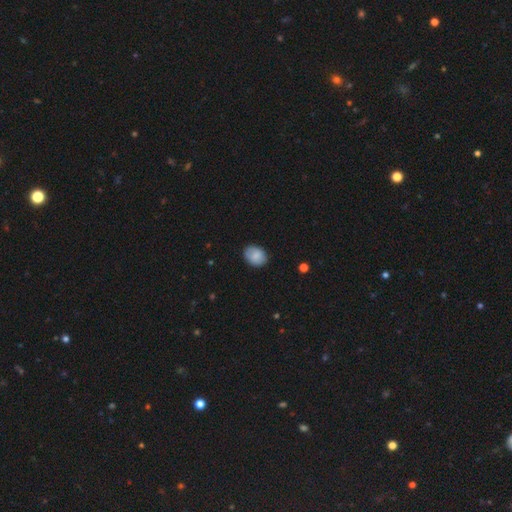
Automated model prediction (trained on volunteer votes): Q: Smooth or featured?
A: smooth (84%); runner-up: featured or disk (9%)
Q: How rounded?
A: in between (66%); runner-up: round (33%)
Q: Merging?
A: none (82%); runner-up: minor disturbance (14%)